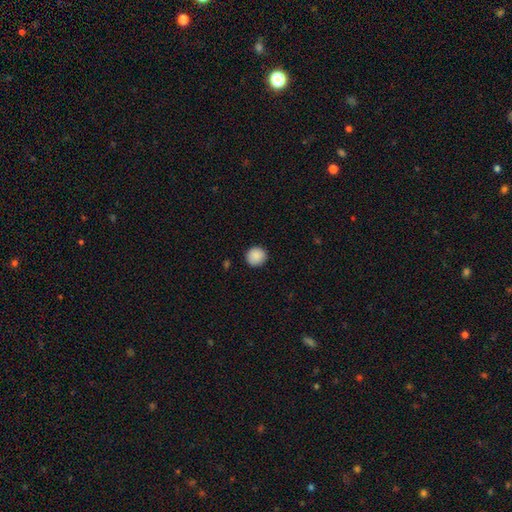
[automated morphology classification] This is clearly a smooth galaxy (89%). How rounded: clearly round (92%). Merging: clearly none (91%).